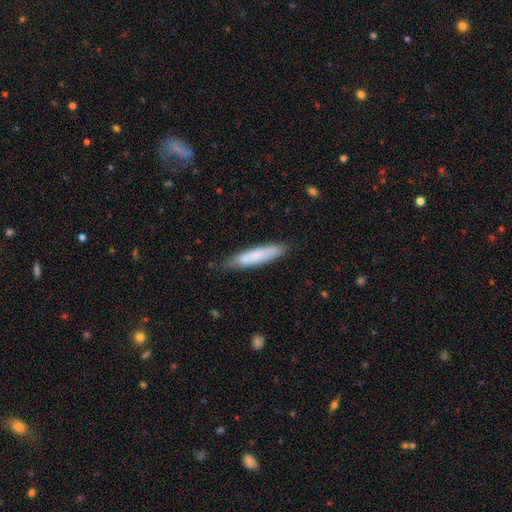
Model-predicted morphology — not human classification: A smooth galaxy with no disk features (75%) that is cigar-shaped (83%).

Vote fractions:
- Smooth or featured? smooth: 75% / featured or disk: 19% / star or artifact: 6%
- How rounded? cigar-shaped: 83% / in between: 15% / round: 1%
- Merging? none: 78% / minor disturbance: 17% / major disturbance: 3% / merger: 2%